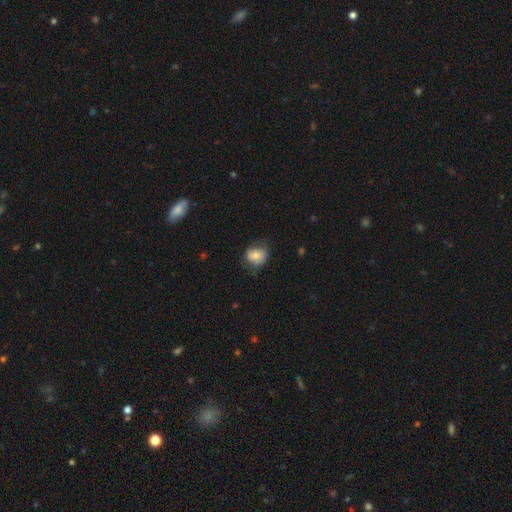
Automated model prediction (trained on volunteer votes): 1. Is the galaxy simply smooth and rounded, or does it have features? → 70% smooth, 21% featured or disk, 9% star or artifact.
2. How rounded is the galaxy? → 63% round, 36% in between, 1% cigar-shaped.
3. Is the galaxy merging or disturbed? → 62% none, 27% minor disturbance, 10% major disturbance, 1% merger.